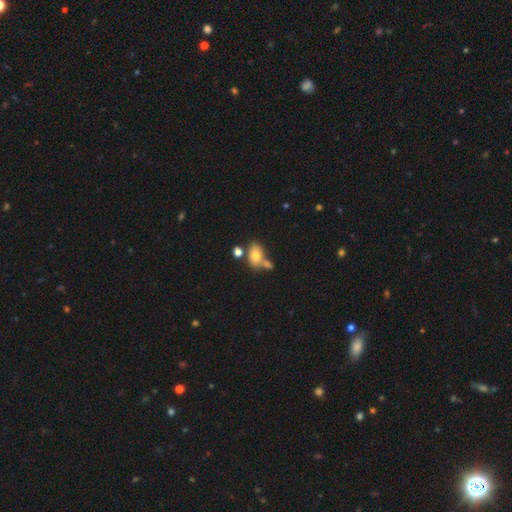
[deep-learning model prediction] Smooth or featured? smooth (76%)
How rounded? in between (84%)
Merging? none (47%)